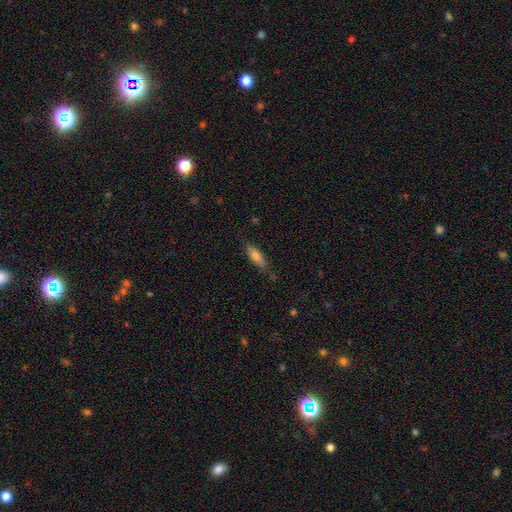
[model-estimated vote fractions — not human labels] Overall: smooth (74%). How rounded: in between (53%; cigar-shaped 45%). Merging: none (79%).